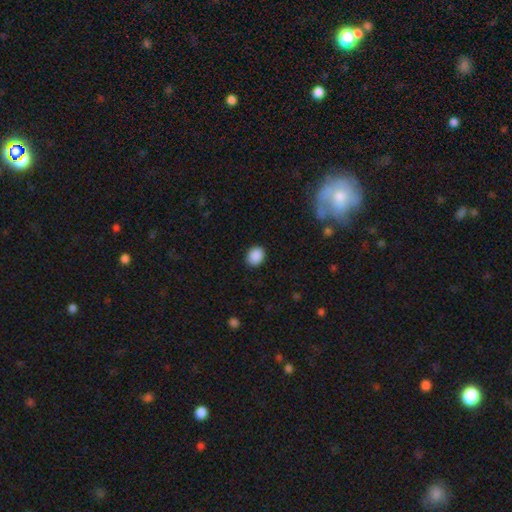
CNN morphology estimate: A smooth galaxy with no disk features (90%) that is round (51%).

Vote fractions:
- Smooth or featured? smooth: 90% / star or artifact: 8% / featured or disk: 3%
- How rounded? round: 51% / in between: 48% / cigar-shaped: 1%
- Merging? none: 89% / minor disturbance: 8% / major disturbance: 2% / merger: 1%